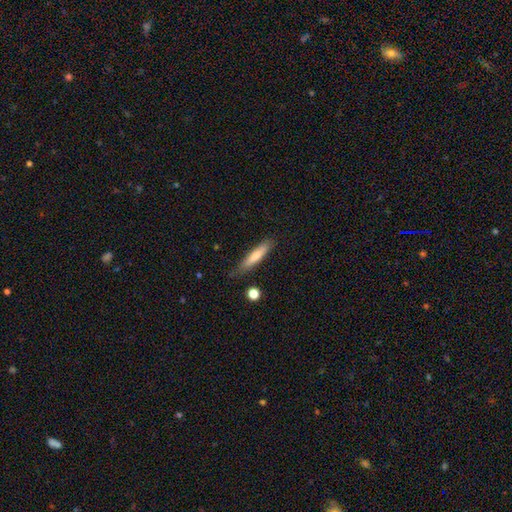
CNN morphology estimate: A smooth galaxy with no disk features (66%) that is cigar-shaped (88%).

Vote fractions:
- Smooth or featured? smooth: 66% / featured or disk: 28% / star or artifact: 6%
- How rounded? cigar-shaped: 88% / in between: 10% / round: 1%
- Merging? none: 79% / minor disturbance: 16% / major disturbance: 3% / merger: 2%